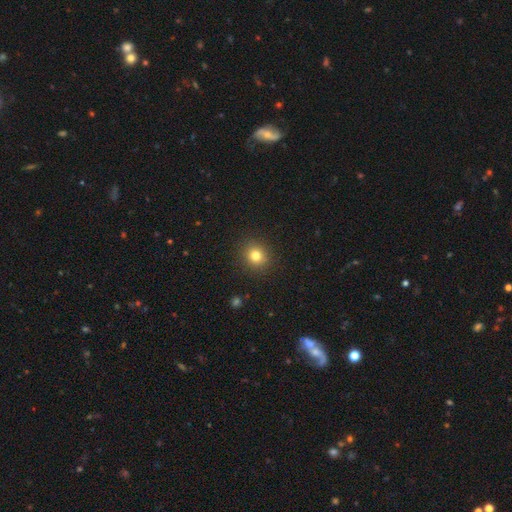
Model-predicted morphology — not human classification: This appears to be a smooth galaxy with no disk features (80%) that is round (84%). Merging: none (90%).